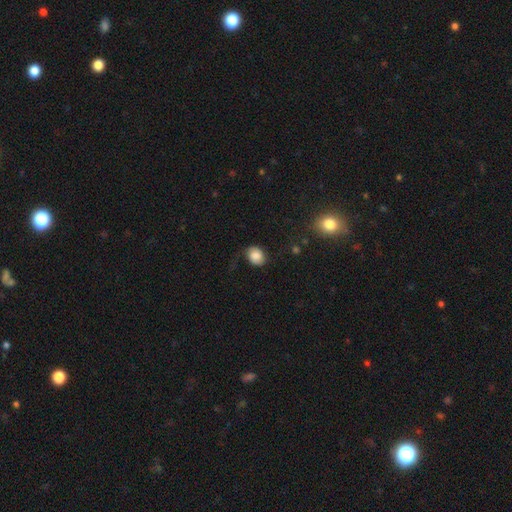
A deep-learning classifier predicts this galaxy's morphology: A smooth galaxy with no disk features (78%) that is round (57%). Merging: none (61%).